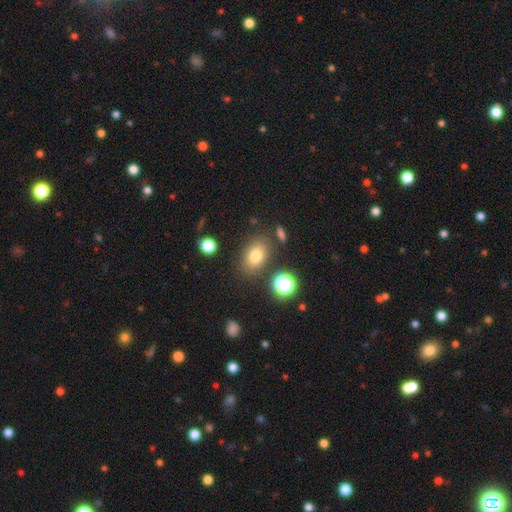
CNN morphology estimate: Smooth or featured?
  - smooth: 75% *
  - star or artifact: 14%
  - featured or disk: 11%
How rounded?
  - in between: 75% *
  - round: 24%
  - cigar-shaped: 2%
Merging?
  - none: 80% *
  - minor disturbance: 11%
  - merger: 4%
  - major disturbance: 4%